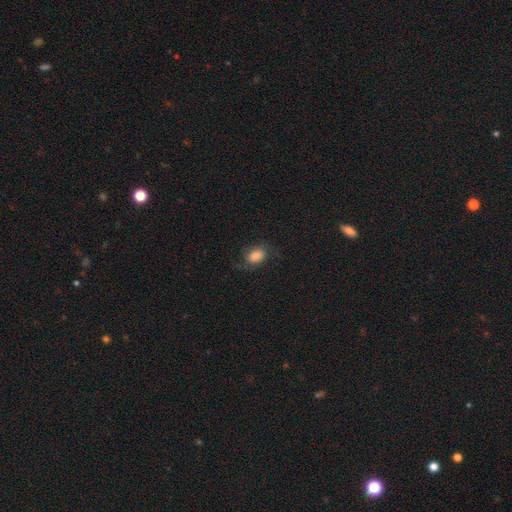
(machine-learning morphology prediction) Q: Smooth or featured?
A: smooth (70%); runner-up: featured or disk (19%)
Q: How rounded?
A: in between (76%); runner-up: round (23%)
Q: Merging?
A: none (64%); runner-up: minor disturbance (21%)